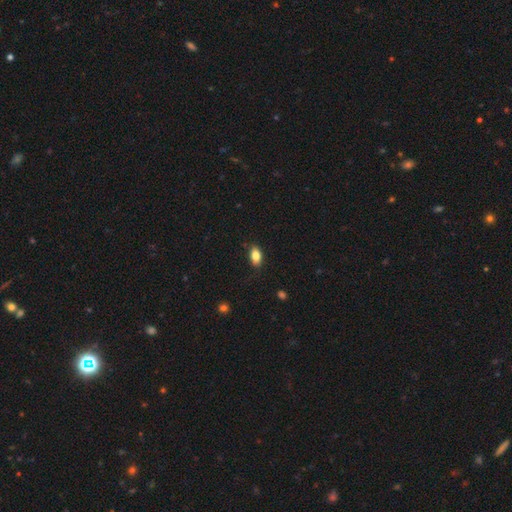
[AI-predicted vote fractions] This appears to be a smooth galaxy with no disk features (83%) that is in between round and cigar-shaped (89%). Merging: none (83%).